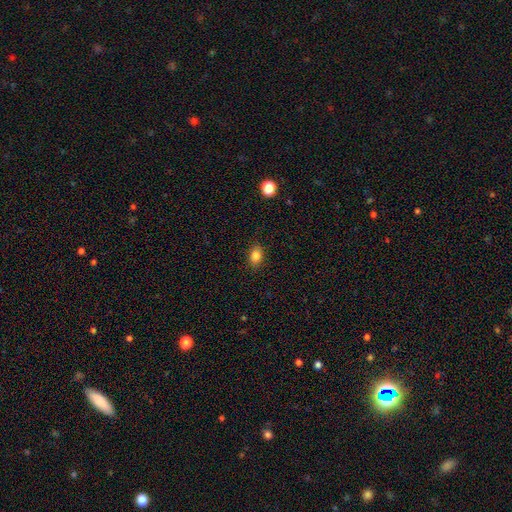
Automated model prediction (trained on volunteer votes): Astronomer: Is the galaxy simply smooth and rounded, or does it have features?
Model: smooth — 84%.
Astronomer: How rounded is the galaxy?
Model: in between — 74%.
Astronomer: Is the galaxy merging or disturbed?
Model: none — 88%.